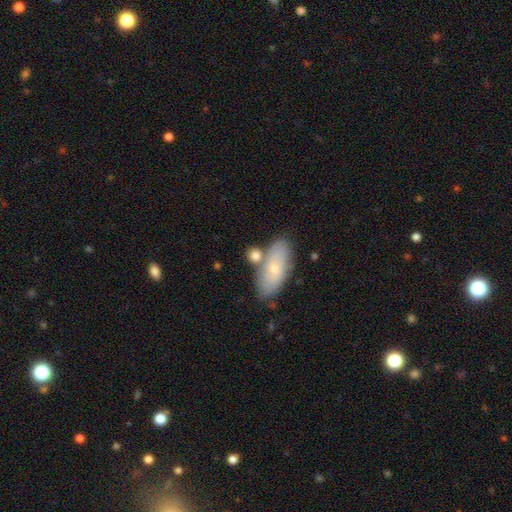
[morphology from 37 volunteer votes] Smooth or featured: smooth — 89% (featured or disk — 8%)
How rounded: in between — 52% (round — 45%)
Merging: none — 39% (merger — 33%)